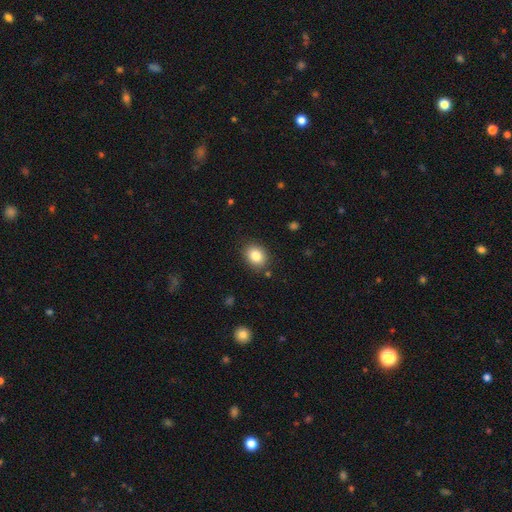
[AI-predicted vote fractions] smooth_or_featured: smooth (p=0.83) [alt: star or artifact p=0.09]
how_rounded: in between (p=0.53) [alt: round p=0.46]
merging: none (p=0.87) [alt: minor disturbance p=0.09]